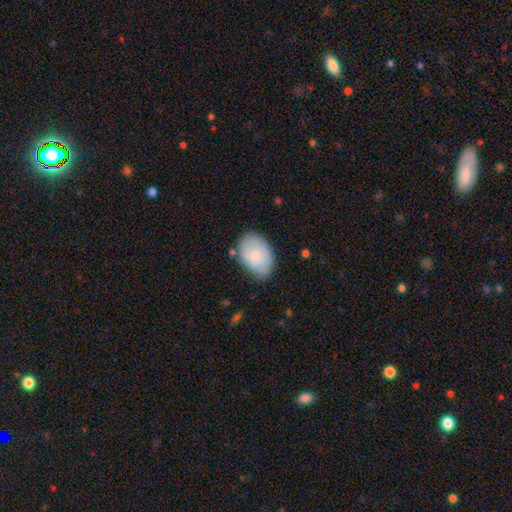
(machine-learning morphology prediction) Smooth or featured? smooth (75%)
How rounded? in between (85%)
Merging? none (67%)